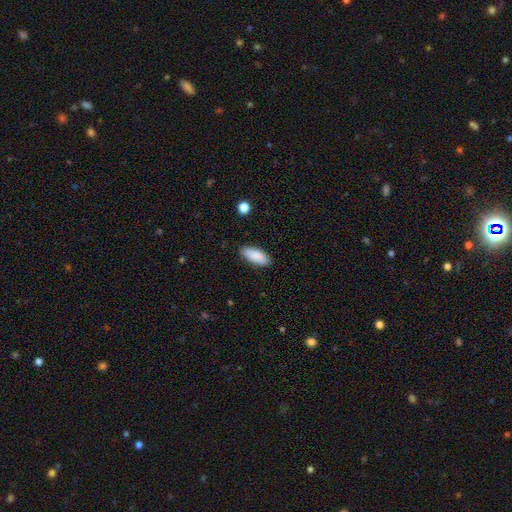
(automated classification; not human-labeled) Smooth or featured: smooth — 88% (star or artifact — 6%)
How rounded: in between — 82% (cigar-shaped — 17%)
Merging: none — 86% (minor disturbance — 10%)